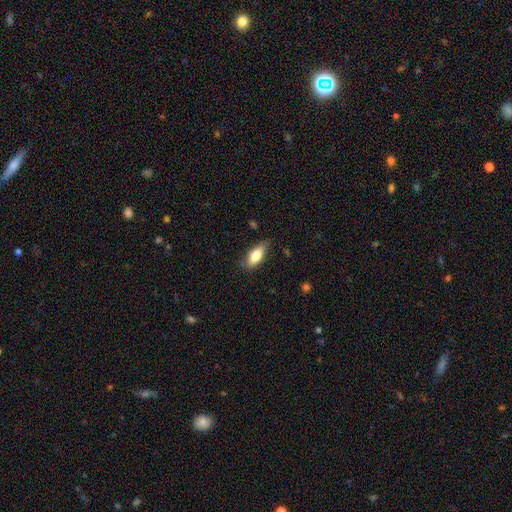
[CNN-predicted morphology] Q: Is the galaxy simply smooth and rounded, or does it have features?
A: smooth — 79%.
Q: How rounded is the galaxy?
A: in between — 83%.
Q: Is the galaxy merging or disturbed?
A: none — 73%.